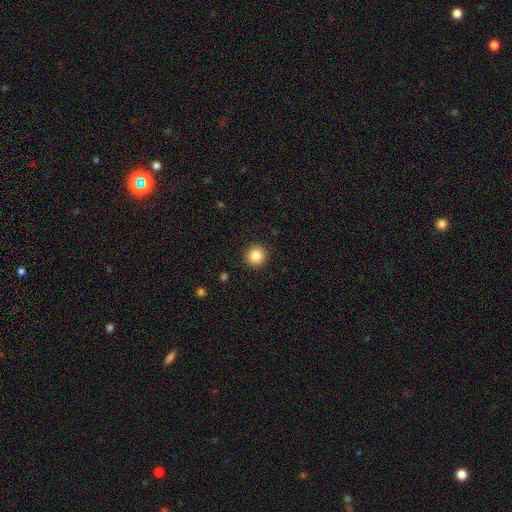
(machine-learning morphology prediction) This is clearly a smooth galaxy (86%). How rounded: clearly round (95%). Merging: clearly none (92%).